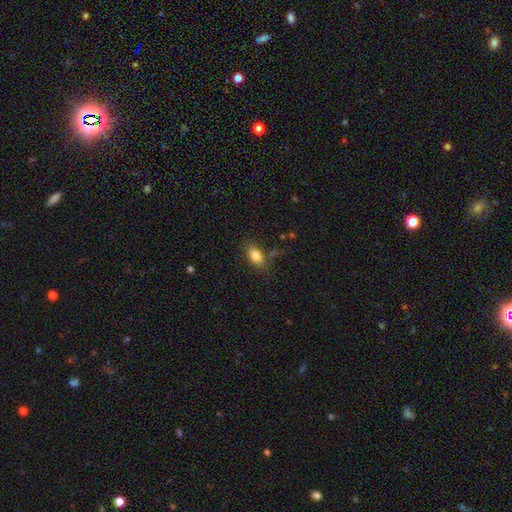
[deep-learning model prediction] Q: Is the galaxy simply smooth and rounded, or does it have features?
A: smooth — 83%.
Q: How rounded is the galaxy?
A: in between — 88%.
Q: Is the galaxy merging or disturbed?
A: none — 79%.